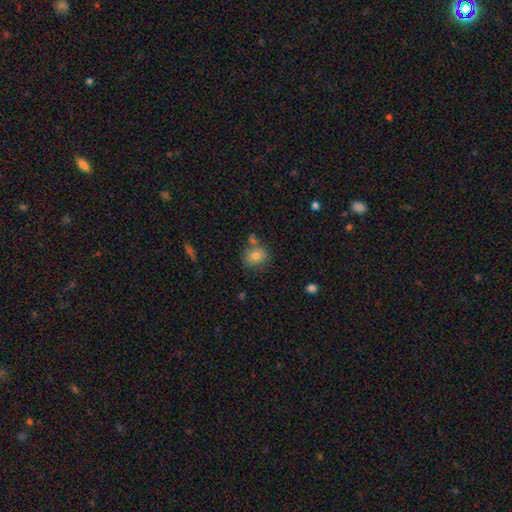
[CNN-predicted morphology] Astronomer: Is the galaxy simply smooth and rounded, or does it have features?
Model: smooth — 77%.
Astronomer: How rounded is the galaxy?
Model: round — 60% (runner-up: in between, 39%).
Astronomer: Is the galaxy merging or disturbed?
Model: none — 61%.